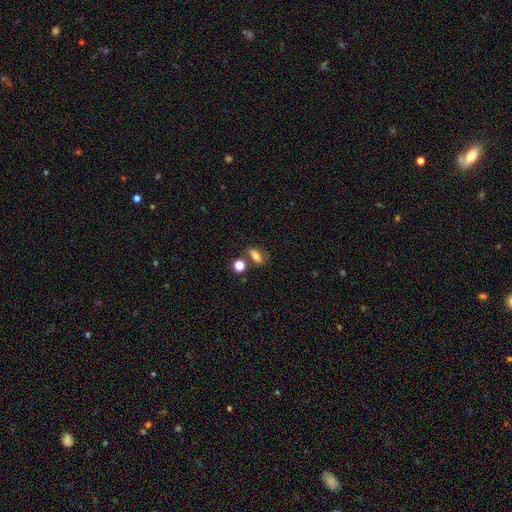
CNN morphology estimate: Smooth or featured? Predicted: smooth (p=0.75). How rounded? Predicted: in between (p=0.73). Merging? Predicted: none (p=0.63).